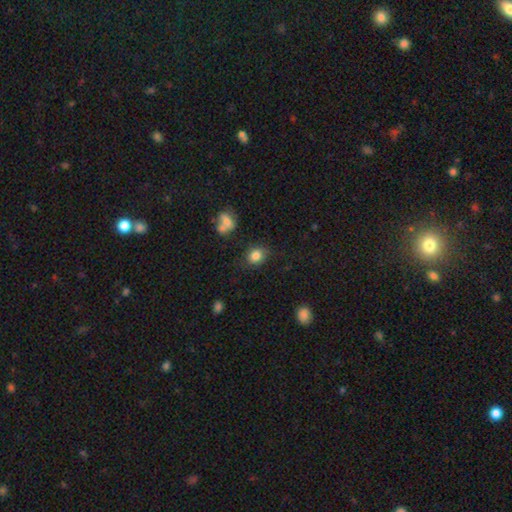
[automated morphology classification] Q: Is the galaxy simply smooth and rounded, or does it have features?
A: smooth — 82%.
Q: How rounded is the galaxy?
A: round — 50%.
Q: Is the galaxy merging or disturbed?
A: none — 78%.